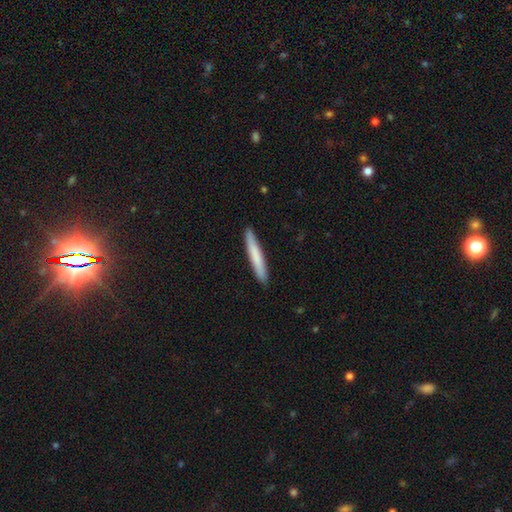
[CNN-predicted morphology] smooth-or-featured: smooth: 75% | featured or disk: 20% | star or artifact: 5%
  how-rounded: cigar-shaped: 96% | in between: 3% | round: 1%
  merging: none: 90% | minor disturbance: 7% | major disturbance: 1% | merger: 1%